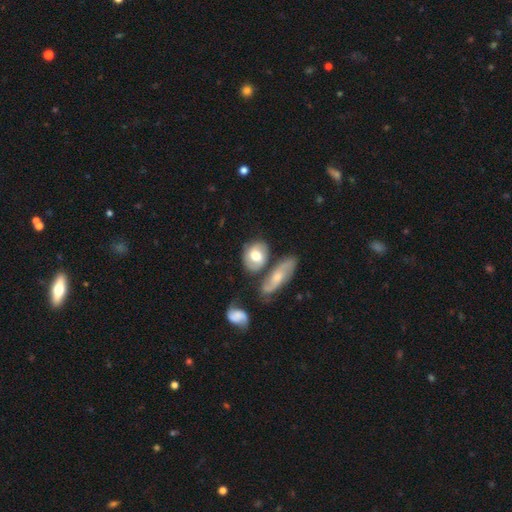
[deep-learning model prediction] Overall: smooth (57%; featured or disk 36%). How rounded: in between (63%; round 34%). Merging: none (54%; merger 21%).